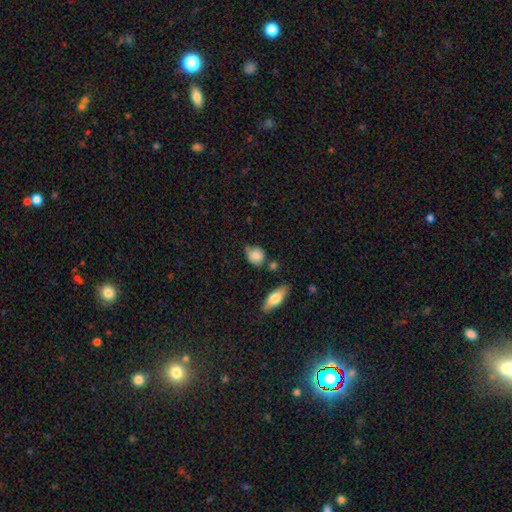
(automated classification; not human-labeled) This appears to be a smooth galaxy with no disk features (81%) that is round (62%). Merging: none (58%).